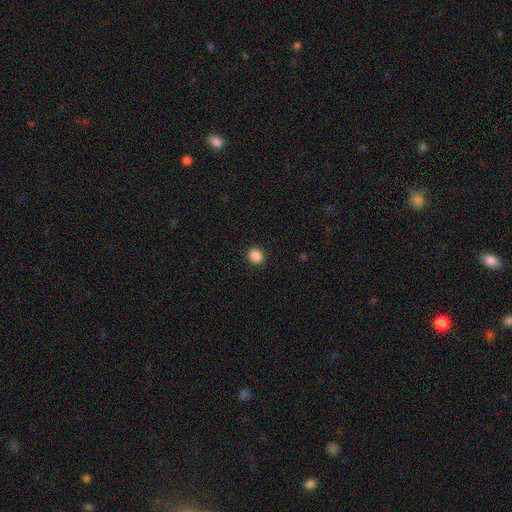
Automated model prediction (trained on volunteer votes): Smooth or featured: smooth — 88% (star or artifact — 9%)
How rounded: round — 64% (in between — 35%)
Merging: none — 91% (minor disturbance — 6%)